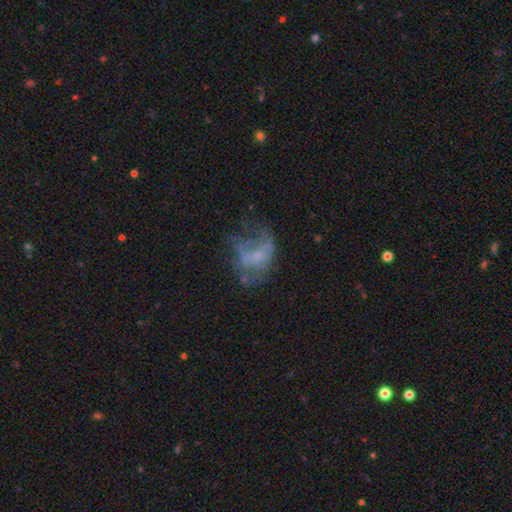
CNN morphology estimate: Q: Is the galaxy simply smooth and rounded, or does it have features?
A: featured or disk — 56%.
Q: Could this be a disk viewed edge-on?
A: no — 98%.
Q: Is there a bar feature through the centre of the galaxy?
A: no — 75%.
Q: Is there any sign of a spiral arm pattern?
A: no — 73%.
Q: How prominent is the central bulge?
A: none — 41%.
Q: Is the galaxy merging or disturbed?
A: major disturbance — 43%.